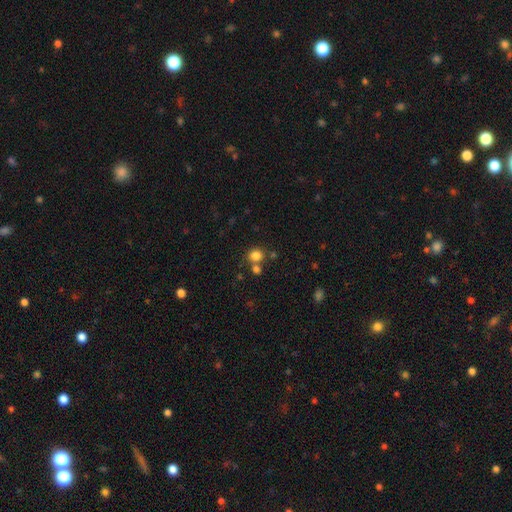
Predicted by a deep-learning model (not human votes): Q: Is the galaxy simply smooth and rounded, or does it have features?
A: smooth — 80%.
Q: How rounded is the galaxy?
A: round — 77%.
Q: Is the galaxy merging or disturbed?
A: none — 64%.